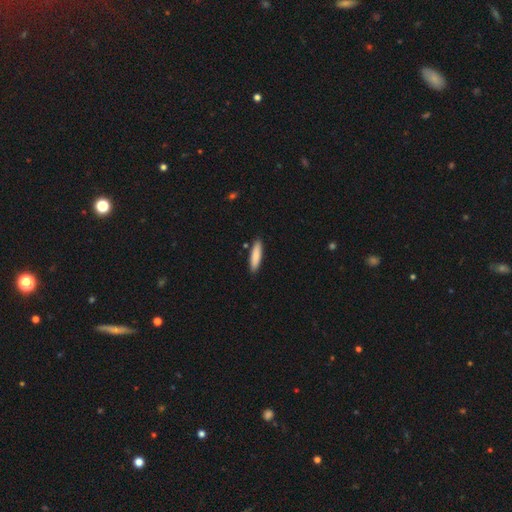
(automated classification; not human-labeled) smooth_or_featured: smooth (p=0.86) [alt: featured or disk p=0.09]
how_rounded: cigar-shaped (p=0.74) [alt: in between p=0.25]
merging: none (p=0.88) [alt: minor disturbance p=0.08]